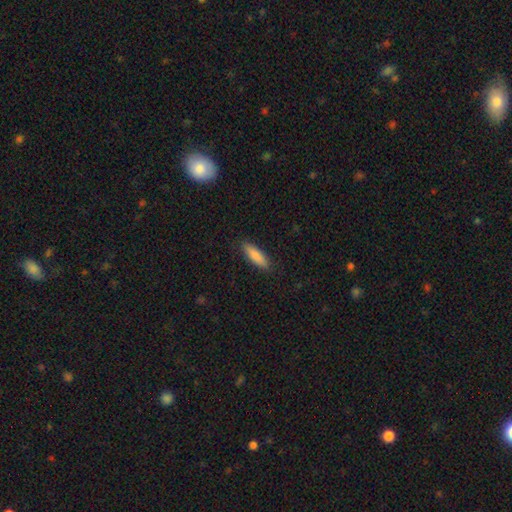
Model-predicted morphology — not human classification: Overall: smooth (88%). How rounded: cigar-shaped (53%; in between 45%). Merging: none (88%).